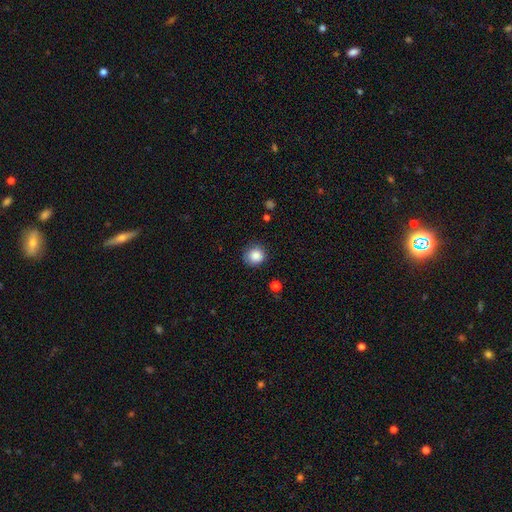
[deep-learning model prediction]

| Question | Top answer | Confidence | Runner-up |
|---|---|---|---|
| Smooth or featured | smooth | 86% | star or artifact (10%) |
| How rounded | round | 90% | in between (9%) |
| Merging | none | 82% | minor disturbance (14%) |